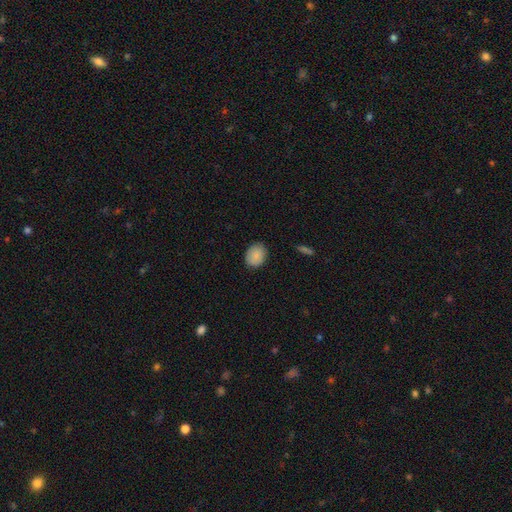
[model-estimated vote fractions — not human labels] Smooth or featured?
  - smooth: 89% *
  - star or artifact: 7%
  - featured or disk: 4%
How rounded?
  - in between: 50% *
  - round: 49%
  - cigar-shaped: 1%
Merging?
  - none: 85% *
  - minor disturbance: 12%
  - major disturbance: 2%
  - merger: 1%